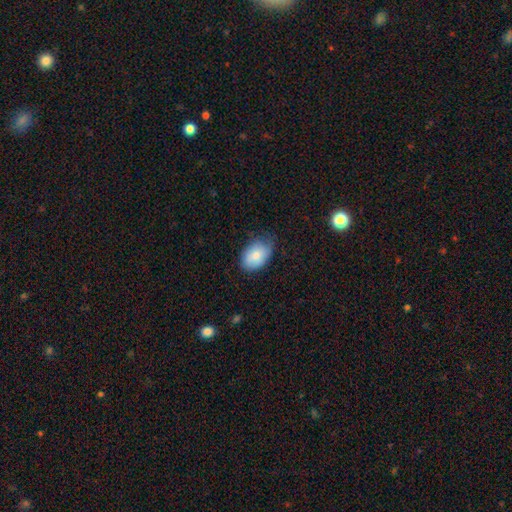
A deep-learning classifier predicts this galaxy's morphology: type=smooth (82%); roundness=in between (86%); merging=none (61%).